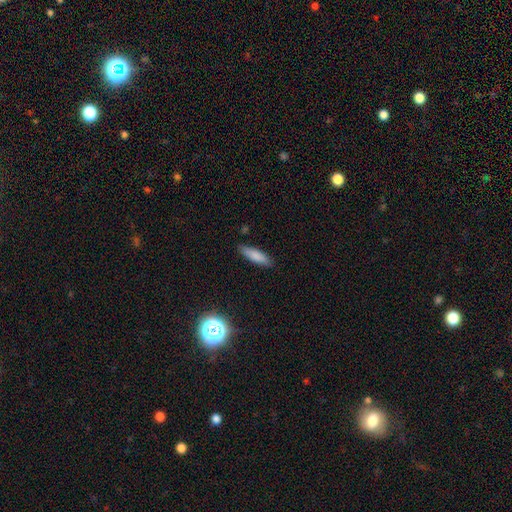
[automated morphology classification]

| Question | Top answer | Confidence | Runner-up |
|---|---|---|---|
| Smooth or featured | smooth | 81% | featured or disk (12%) |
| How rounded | cigar-shaped | 65% | in between (33%) |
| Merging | none | 85% | minor disturbance (11%) |